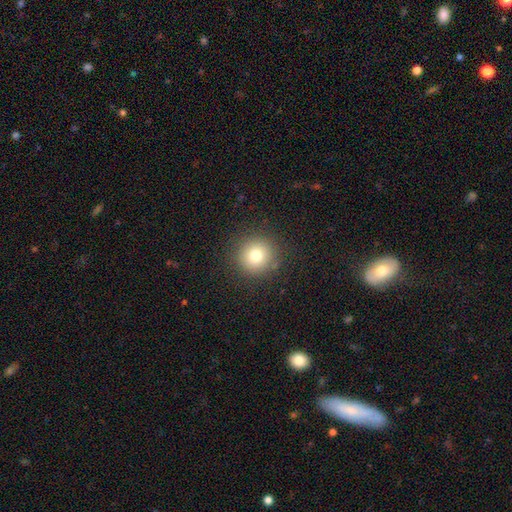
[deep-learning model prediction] A smooth galaxy with no disk features (78%) that is round (94%).

Vote fractions:
- Smooth or featured? smooth: 78% / star or artifact: 12% / featured or disk: 9%
- How rounded? round: 94% / in between: 5% / cigar-shaped: 1%
- Merging? none: 89% / minor disturbance: 7% / major disturbance: 3% / merger: 1%